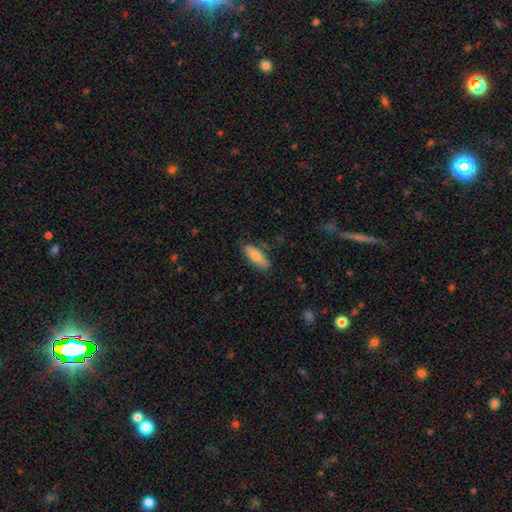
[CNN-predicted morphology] The model was most divided on "how rounded": in between: 67%, cigar-shaped: 31%, round: 2%. More confident: merging — none (78%); smooth or featured — smooth (77%).